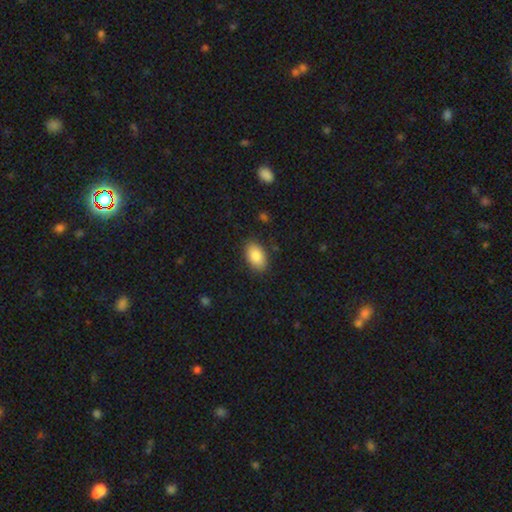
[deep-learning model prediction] Morphology: type=smooth (86%); roundness=in between (91%); merging=none (86%).